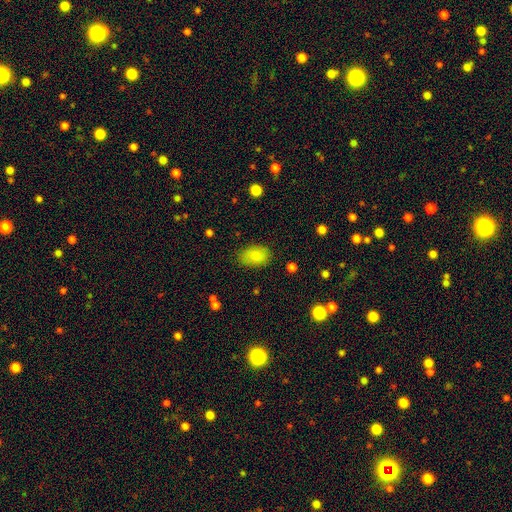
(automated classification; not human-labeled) Q: Smooth or featured?
A: smooth (85%); runner-up: star or artifact (8%)
Q: How rounded?
A: in between (87%); runner-up: round (12%)
Q: Merging?
A: none (81%); runner-up: minor disturbance (14%)